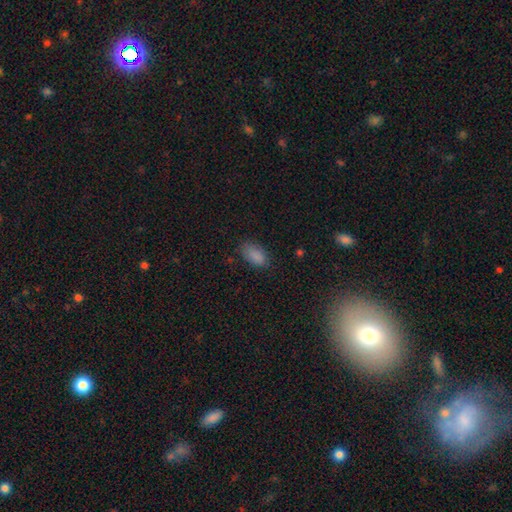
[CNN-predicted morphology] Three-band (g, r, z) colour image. It shows a smooth galaxy with no disk features (87%) that is in between round and cigar-shaped (93%). Merging: none (77%).